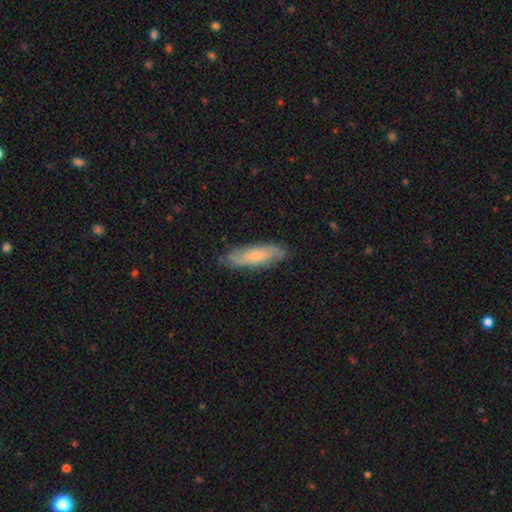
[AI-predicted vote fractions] The model was most divided on "smooth or featured": featured or disk: 55%, smooth: 39%, star or artifact: 6%. More confident: merging — none (79%); edge-on disk — no (76%).